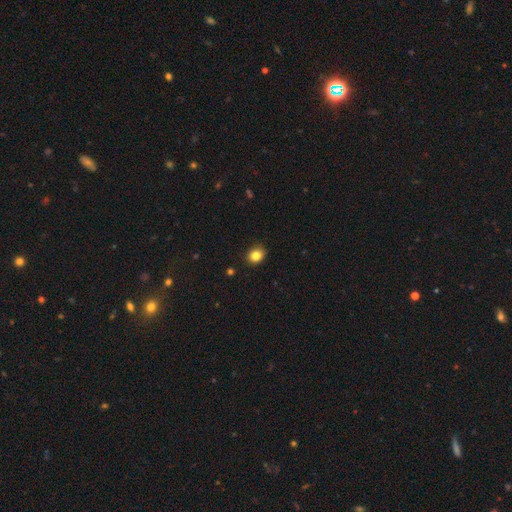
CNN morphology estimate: smooth-or-featured: smooth: 84% | star or artifact: 11% | featured or disk: 5%
  how-rounded: round: 62% | in between: 37% | cigar-shaped: 1%
  merging: none: 89% | minor disturbance: 8% | major disturbance: 2% | merger: 1%